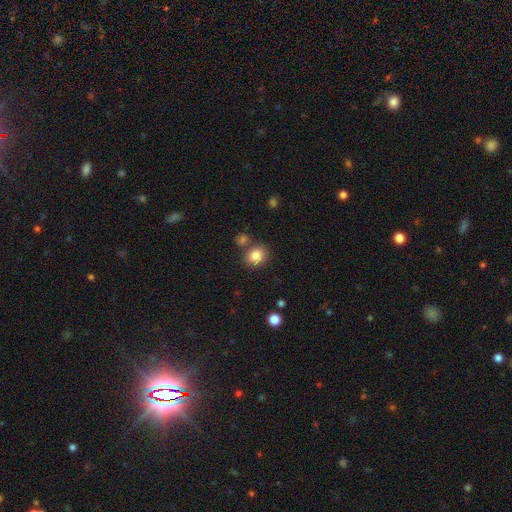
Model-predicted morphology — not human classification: smooth 83%, star or artifact 10%, featured or disk 7%. Down the decision tree: how rounded — round (70%); merging — none (75%).